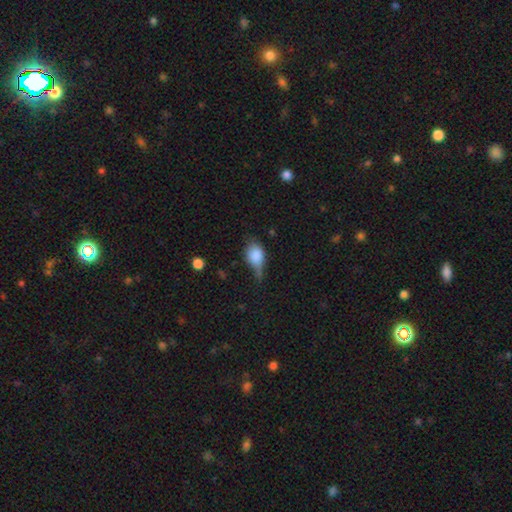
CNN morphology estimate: Q: Smooth or featured?
A: smooth (78%); runner-up: featured or disk (14%)
Q: How rounded?
A: in between (70%); runner-up: round (26%)
Q: Merging?
A: minor disturbance (44%); runner-up: none (30%)